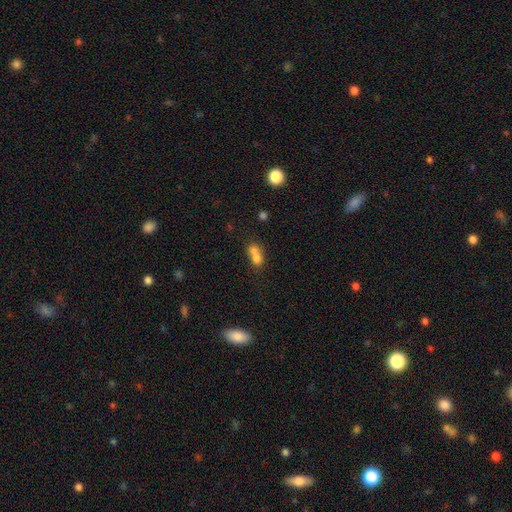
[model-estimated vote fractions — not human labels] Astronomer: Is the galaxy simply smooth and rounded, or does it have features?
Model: smooth — 70%.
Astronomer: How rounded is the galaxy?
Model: round — 53% (runner-up: in between, 44%).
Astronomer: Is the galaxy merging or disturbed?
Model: merger — 70%.